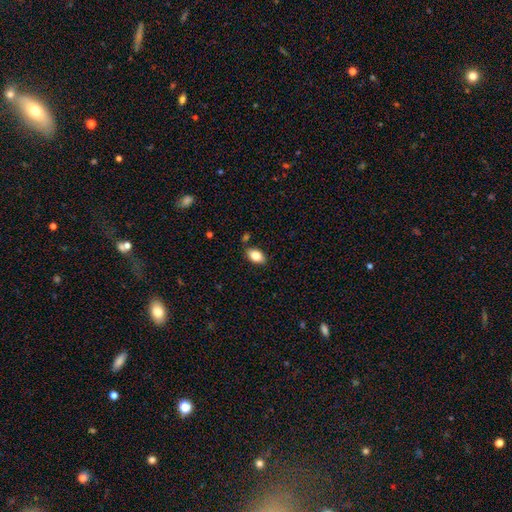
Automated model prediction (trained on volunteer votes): Smooth or featured?
  - smooth: 83% *
  - featured or disk: 9%
  - star or artifact: 8%
How rounded?
  - in between: 91% *
  - round: 7%
  - cigar-shaped: 2%
Merging?
  - none: 81% *
  - minor disturbance: 12%
  - merger: 4%
  - major disturbance: 3%